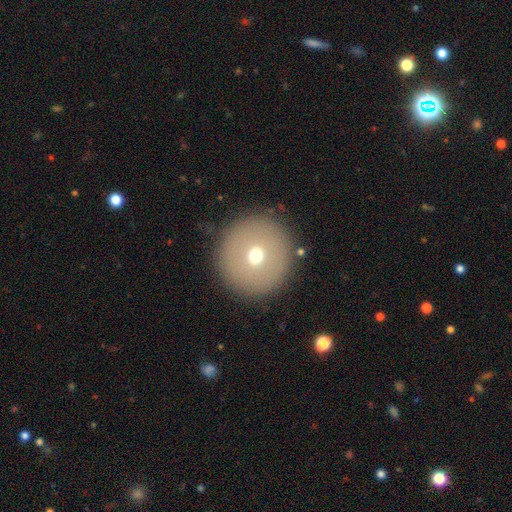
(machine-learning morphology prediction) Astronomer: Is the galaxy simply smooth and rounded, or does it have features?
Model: smooth — 63%.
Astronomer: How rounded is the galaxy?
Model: round — 94%.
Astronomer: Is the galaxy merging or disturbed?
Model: none — 88%.